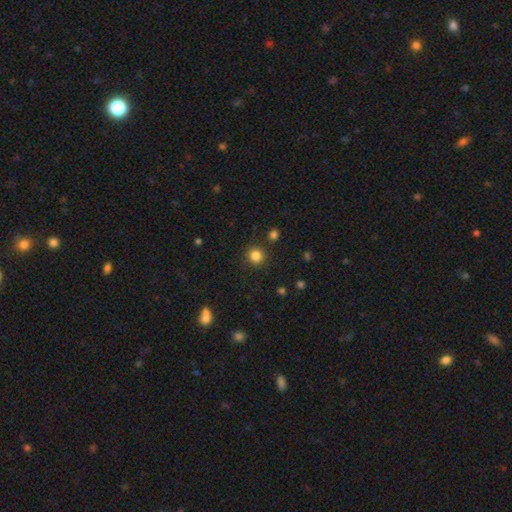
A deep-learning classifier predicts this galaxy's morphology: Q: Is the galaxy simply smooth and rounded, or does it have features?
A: smooth — 83%.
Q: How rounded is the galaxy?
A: round — 90%.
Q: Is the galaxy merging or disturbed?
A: none — 87%.